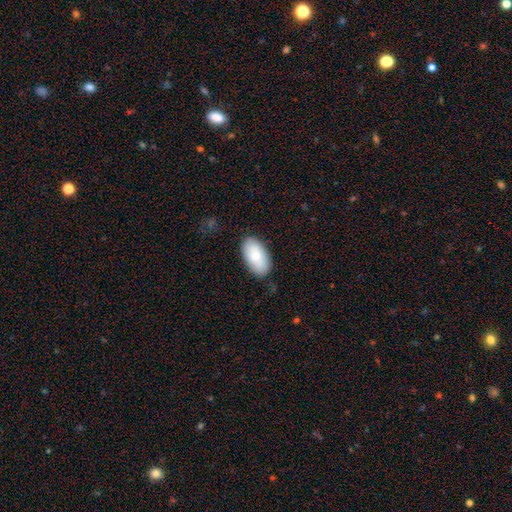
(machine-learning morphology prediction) Smooth or featured? smooth (81%)
How rounded? in between (95%)
Merging? none (84%)